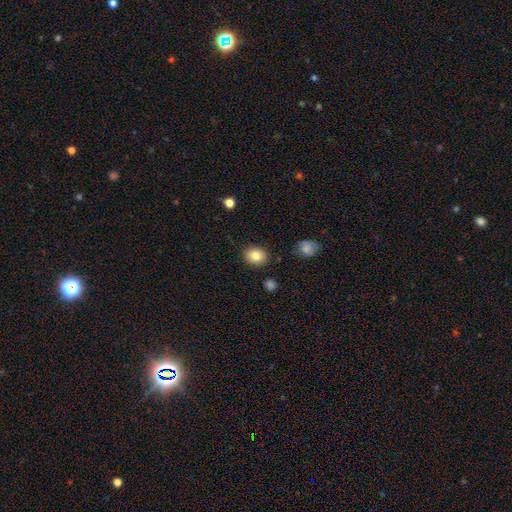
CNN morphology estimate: This is clearly a smooth galaxy (83%). How rounded: possibly round (58%). Merging: clearly none (87%).